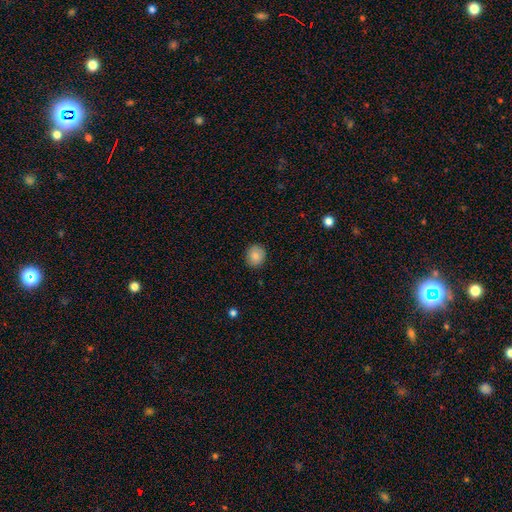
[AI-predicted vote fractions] Smooth or featured?
  - smooth: 85% *
  - star or artifact: 8%
  - featured or disk: 7%
How rounded?
  - round: 80% *
  - in between: 19%
  - cigar-shaped: 1%
Merging?
  - none: 89% *
  - minor disturbance: 8%
  - major disturbance: 2%
  - merger: 1%